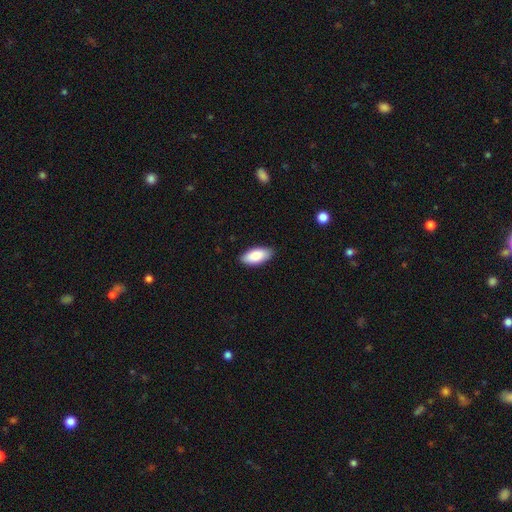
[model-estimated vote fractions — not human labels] This appears to be a smooth galaxy with no disk features (84%) that is in between round and cigar-shaped (91%). Merging: none (88%).